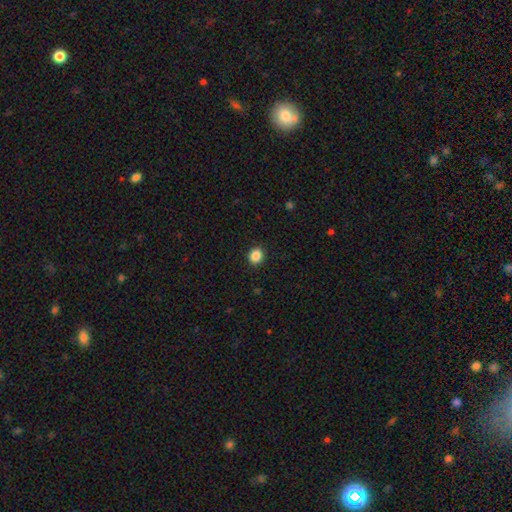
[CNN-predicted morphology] Smooth or featured? Predicted: smooth (p=0.87). How rounded? Predicted: round (p=0.73). Merging? Predicted: none (p=0.92).